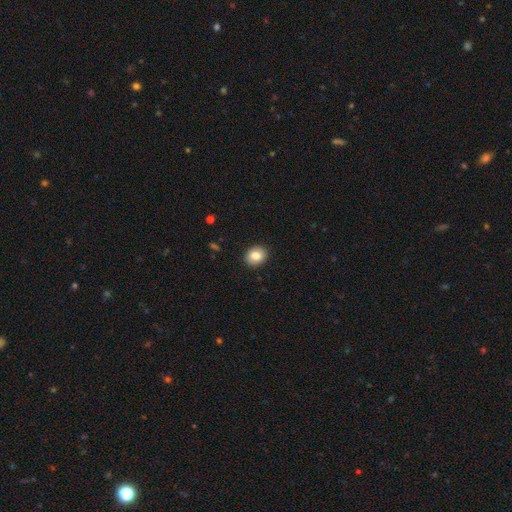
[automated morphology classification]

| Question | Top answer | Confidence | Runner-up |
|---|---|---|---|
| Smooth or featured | smooth | 83% | star or artifact (9%) |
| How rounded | round | 61% | in between (38%) |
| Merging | none | 91% | minor disturbance (6%) |